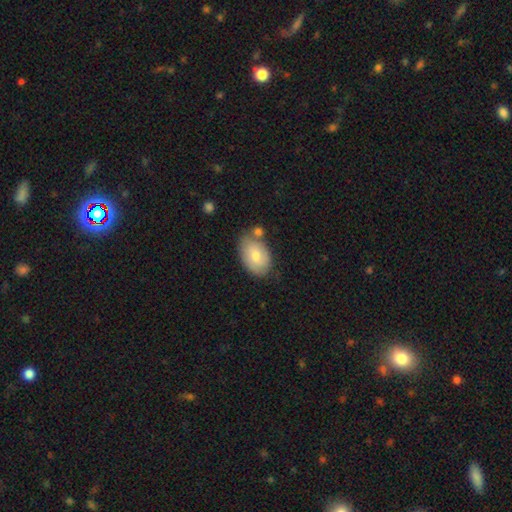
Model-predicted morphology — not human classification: This is likely a smooth galaxy (68%). How rounded: clearly in between (87%). Merging: likely none (63%).